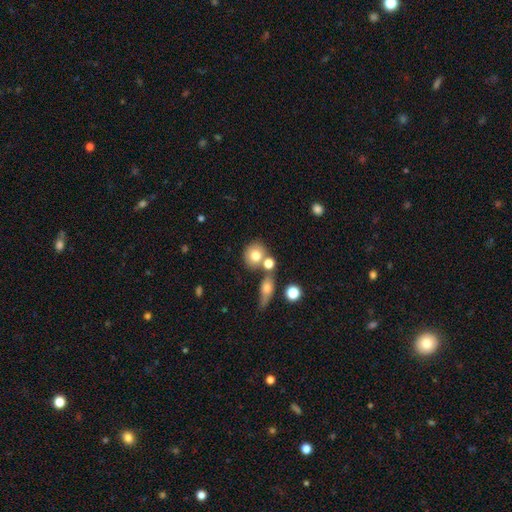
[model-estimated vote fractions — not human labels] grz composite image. It shows a smooth galaxy with no disk features (74%) that is round (78%). Merging: none (58%).